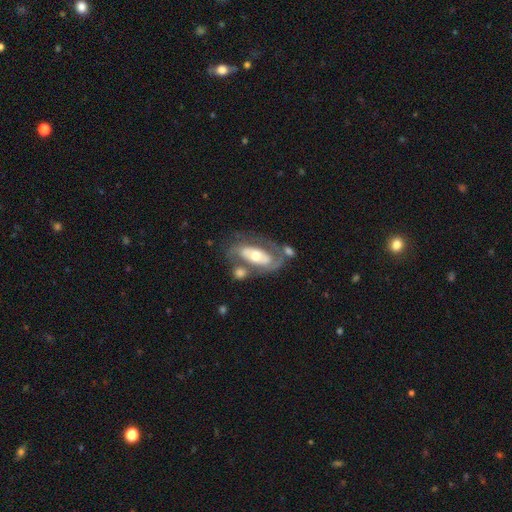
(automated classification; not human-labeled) smooth_or_featured: featured or disk (p=0.70) [alt: smooth p=0.25]
disk_edge_on: no (p=0.91) [alt: yes p=0.09]
bar: no (p=0.62) [alt: weak p=0.21]
has_spiral_arms: yes (p=0.63) [alt: no p=0.37]
bulge_size: moderate (p=0.67) [alt: small p=0.17]
merging: none (p=0.43) [alt: merger p=0.21]